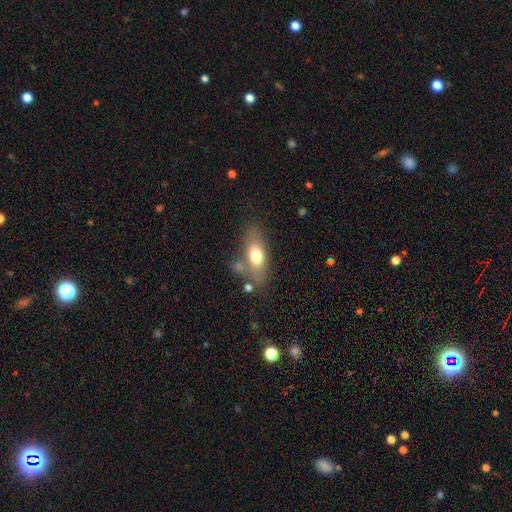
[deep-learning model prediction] smooth-or-featured: smooth: 69% | featured or disk: 23% | star or artifact: 8%
  how-rounded: in between: 78% | cigar-shaped: 15% | round: 7%
  merging: none: 64% | minor disturbance: 18% | merger: 10% | major disturbance: 7%